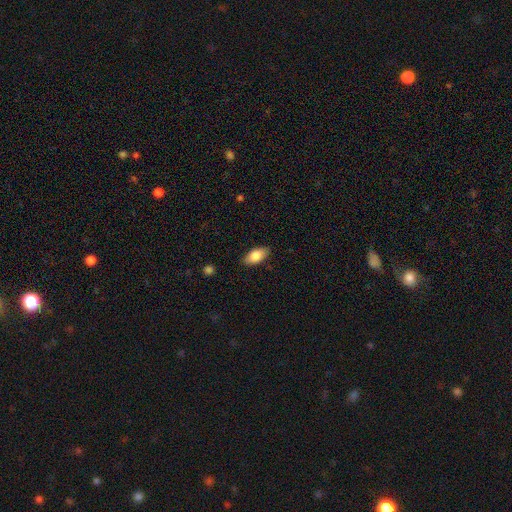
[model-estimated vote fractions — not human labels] Smooth or featured? Predicted: smooth (p=0.82). How rounded? Predicted: in between (p=0.90). Merging? Predicted: none (p=0.86).